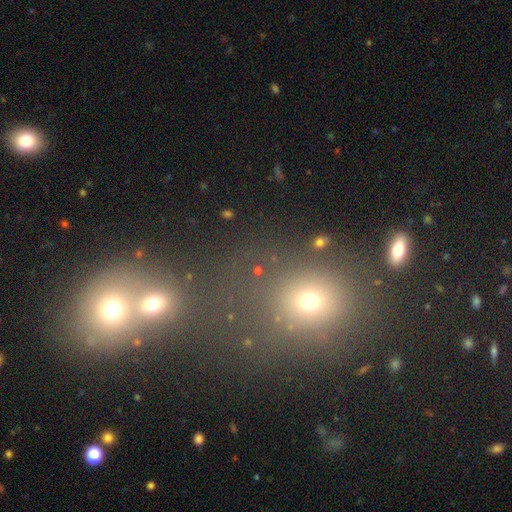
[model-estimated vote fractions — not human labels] Q: Smooth or featured?
A: smooth (55%); runner-up: star or artifact (34%)
Q: How rounded?
A: round (73%); runner-up: in between (25%)
Q: Merging?
A: none (58%); runner-up: merger (28%)